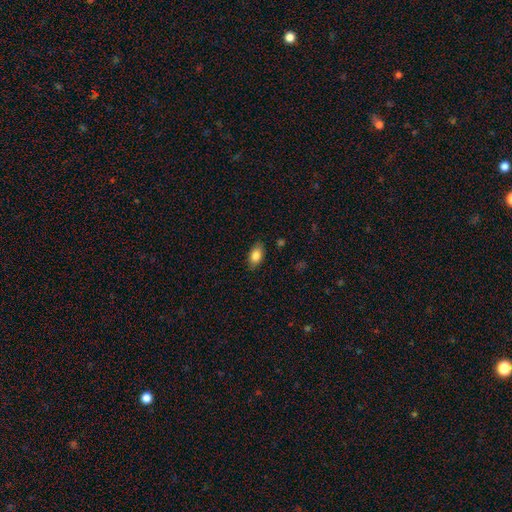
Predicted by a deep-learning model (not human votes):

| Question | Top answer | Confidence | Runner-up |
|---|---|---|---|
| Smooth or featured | smooth | 83% | featured or disk (9%) |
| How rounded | in between | 90% | round (7%) |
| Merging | none | 85% | minor disturbance (12%) |